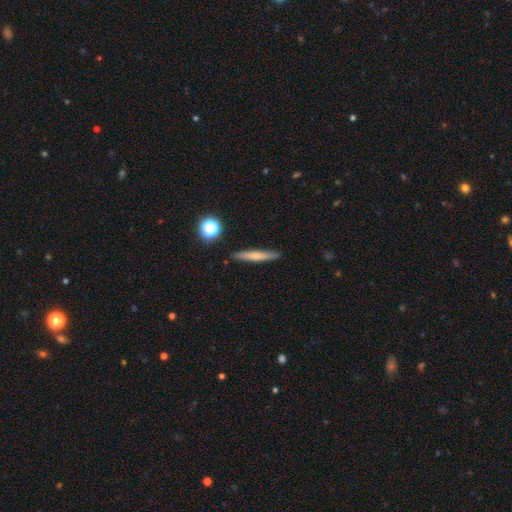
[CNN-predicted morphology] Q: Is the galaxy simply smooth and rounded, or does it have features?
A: smooth — 59%.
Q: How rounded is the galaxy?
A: cigar-shaped — 93%.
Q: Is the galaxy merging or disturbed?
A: none — 89%.